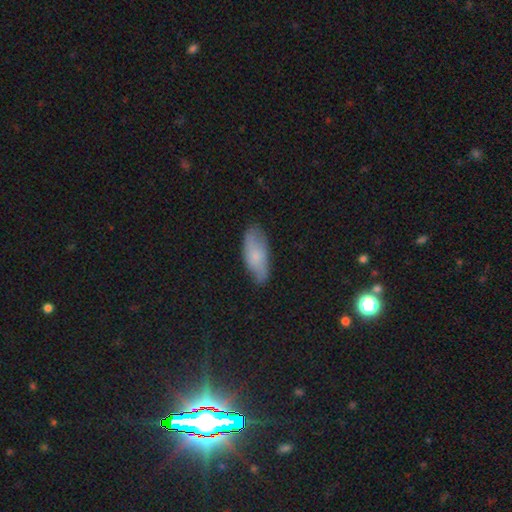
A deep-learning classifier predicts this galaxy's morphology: The model was most divided on "smooth or featured": smooth: 67%, featured or disk: 25%, star or artifact: 8%. More confident: how rounded — in between (80%); merging — none (75%).